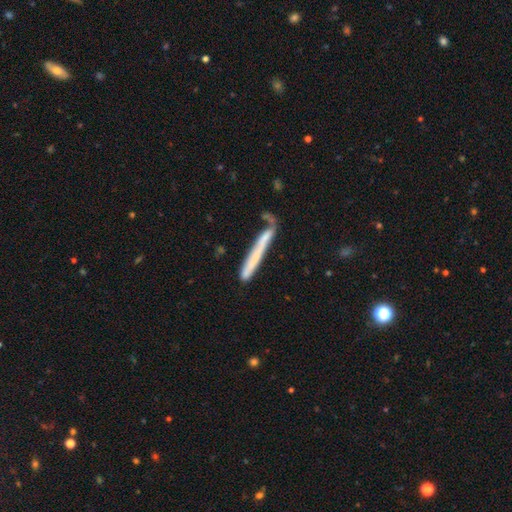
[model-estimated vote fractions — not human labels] This appears to be a smooth galaxy with no disk features (54%) that is cigar-shaped (96%). Merging: none (60%).